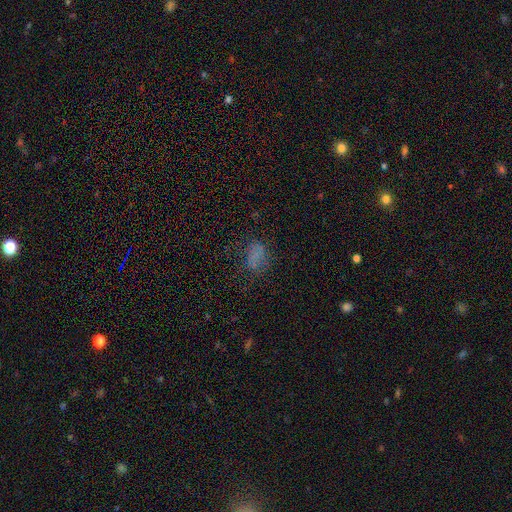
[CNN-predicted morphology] The model was most divided on "smooth or featured": smooth: 63%, star or artifact: 23%, featured or disk: 14%. More confident: how rounded — in between (78%); merging — none (61%).